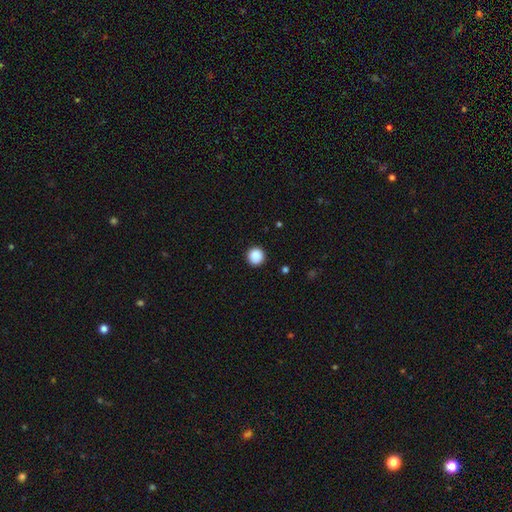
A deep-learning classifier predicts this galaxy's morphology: Smooth or featured?
  - smooth: 88% *
  - star or artifact: 9%
  - featured or disk: 2%
How rounded?
  - round: 96% *
  - in between: 3%
  - cigar-shaped: 1%
Merging?
  - none: 92% *
  - minor disturbance: 5%
  - major disturbance: 2%
  - merger: 1%